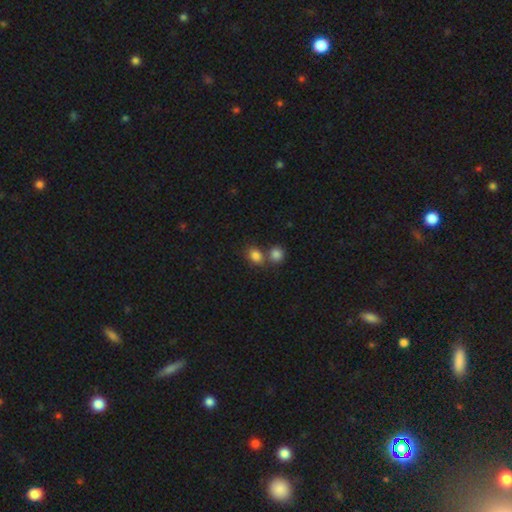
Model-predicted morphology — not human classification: A smooth galaxy with no disk features (82%) that is round (50%). Merging: none (51%).